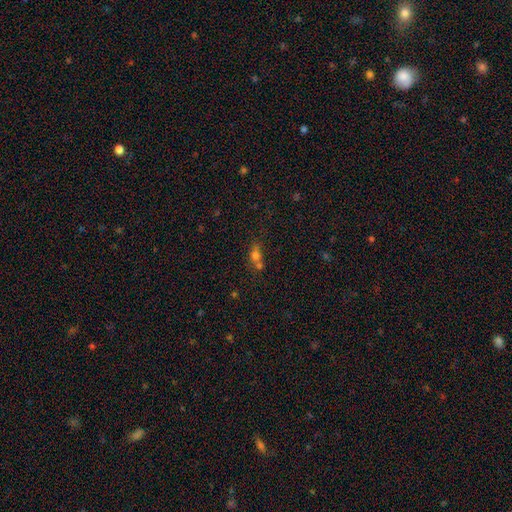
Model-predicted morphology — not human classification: Smooth or featured? smooth (65%)
How rounded? round (53%)
Merging? merger (46%)